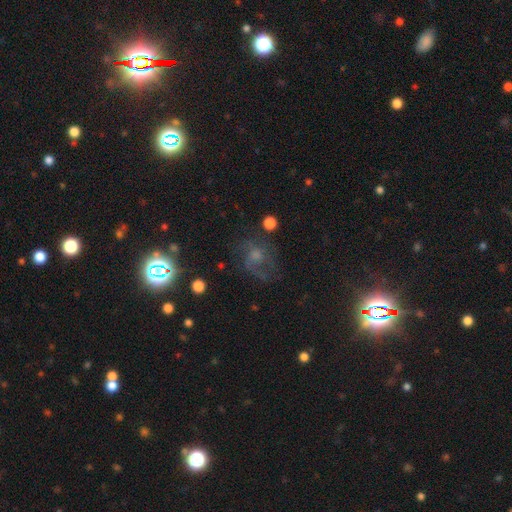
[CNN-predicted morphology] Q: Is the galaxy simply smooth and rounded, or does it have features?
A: featured or disk — 45%.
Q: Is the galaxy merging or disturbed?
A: none — 53%.